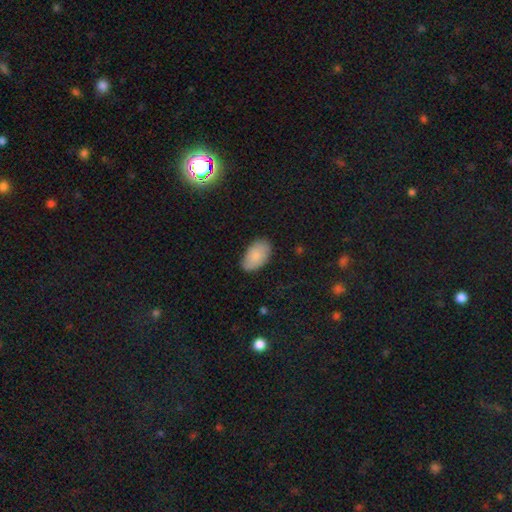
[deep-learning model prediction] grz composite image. It shows a smooth galaxy with no disk features (86%) that is in between round and cigar-shaped (95%). Merging: none (80%).